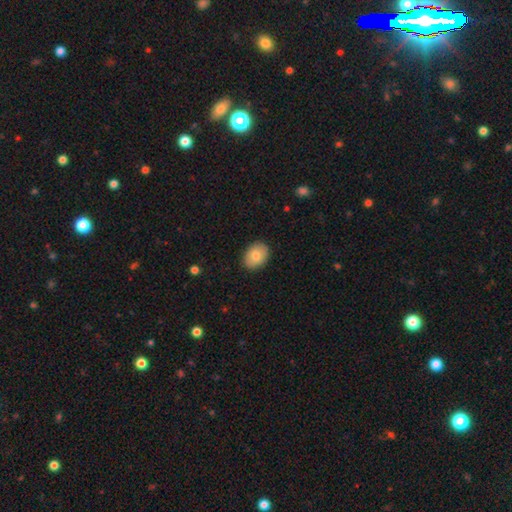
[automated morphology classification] smooth_or_featured: smooth (p=0.82) [alt: featured or disk p=0.12]
how_rounded: in between (p=0.74) [alt: round p=0.25]
merging: none (p=0.89) [alt: minor disturbance p=0.08]